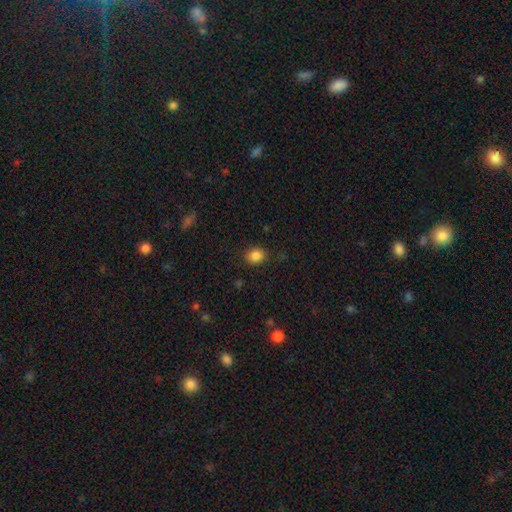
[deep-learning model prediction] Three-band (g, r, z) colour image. It shows a smooth galaxy with no disk features (86%) that is round (58%). Merging: none (86%).